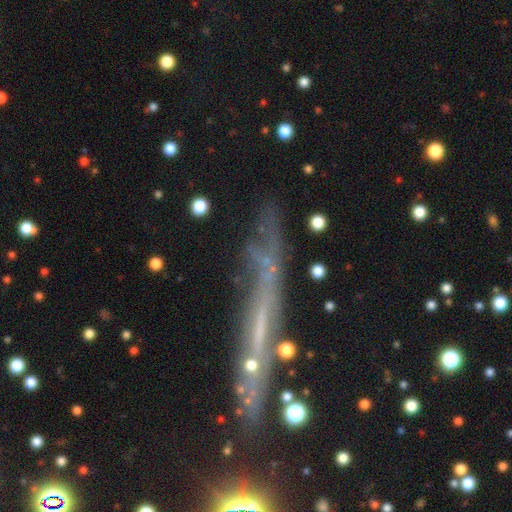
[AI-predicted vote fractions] smooth-or-featured: featured or disk: 53% | smooth: 28% | star or artifact: 20%
  disk-edge-on: yes: 77% | no: 23%
  merging: none: 60% | minor disturbance: 22% | major disturbance: 12% | merger: 6%